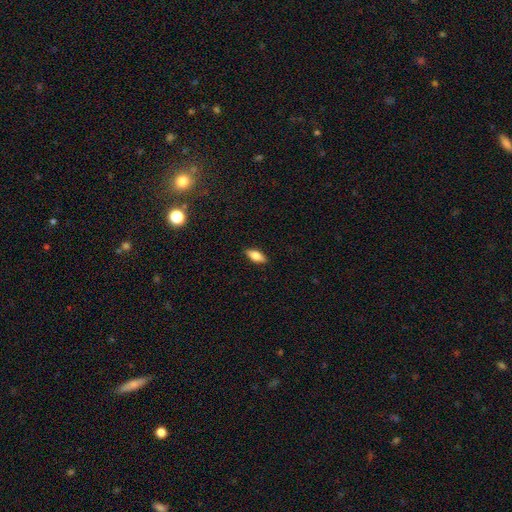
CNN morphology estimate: Smooth or featured? smooth (79%)
How rounded? in between (82%)
Merging? none (89%)